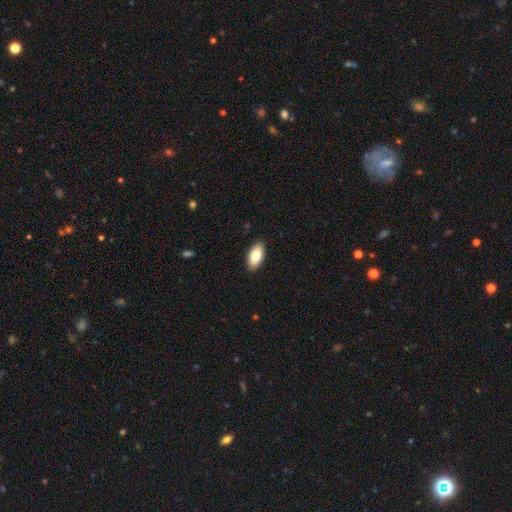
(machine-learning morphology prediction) smooth-or-featured: smooth: 83% | featured or disk: 10% | star or artifact: 6%
  how-rounded: in between: 93% | cigar-shaped: 4% | round: 3%
  merging: none: 90% | minor disturbance: 8% | major disturbance: 2% | merger: 1%